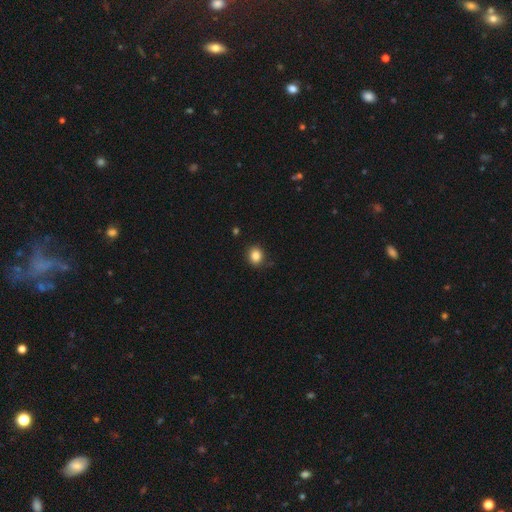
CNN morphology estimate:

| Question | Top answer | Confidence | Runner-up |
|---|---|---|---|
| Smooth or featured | smooth | 85% | star or artifact (11%) |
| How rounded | round | 73% | in between (26%) |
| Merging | none | 86% | minor disturbance (10%) |